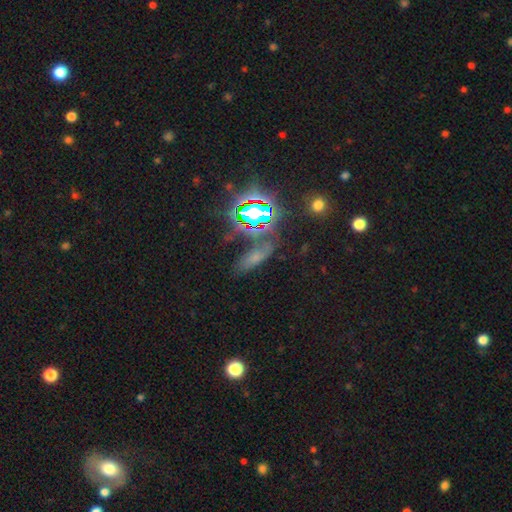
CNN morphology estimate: Smooth or featured?
  - smooth: 43% *
  - star or artifact: 40%
  - featured or disk: 17%
Merging?
  - none: 65% *
  - minor disturbance: 19%
  - major disturbance: 9%
  - merger: 7%